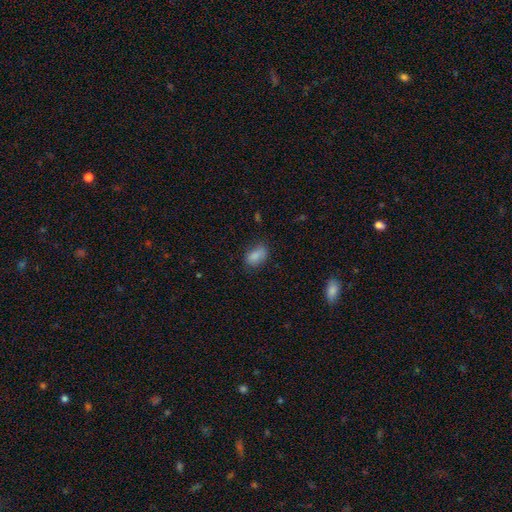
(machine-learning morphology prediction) The model was most divided on "merging": none: 66%, minor disturbance: 25%, major disturbance: 6%, merger: 3%. More confident: how rounded — in between (86%); smooth or featured — smooth (83%).